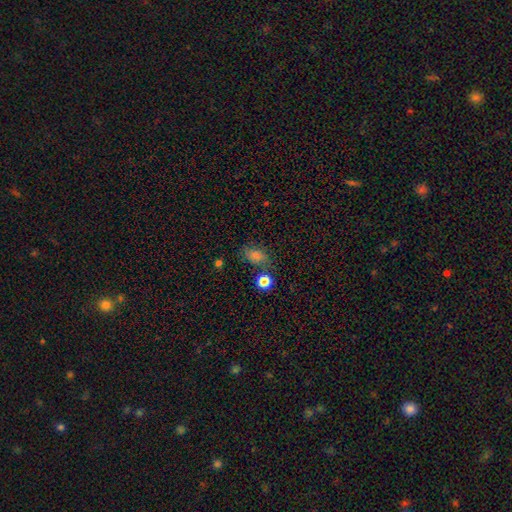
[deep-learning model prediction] Overall: smooth (75%). How rounded: in between (73%). Merging: none (67%).